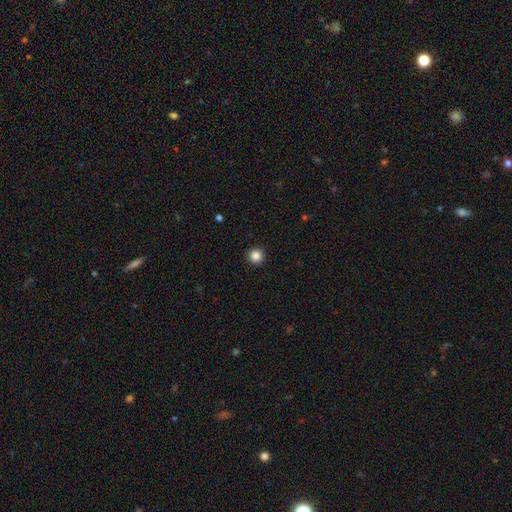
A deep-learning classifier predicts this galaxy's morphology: Overall: smooth (86%). How rounded: round (96%). Merging: none (94%).